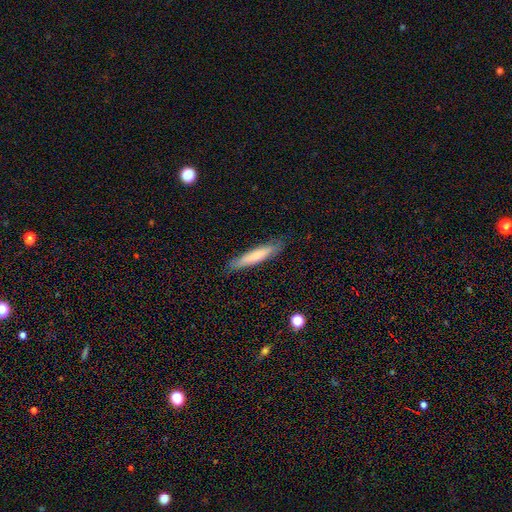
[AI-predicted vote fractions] This appears to be a smooth galaxy with no disk features (70%) that is cigar-shaped (91%). Merging: none (86%).